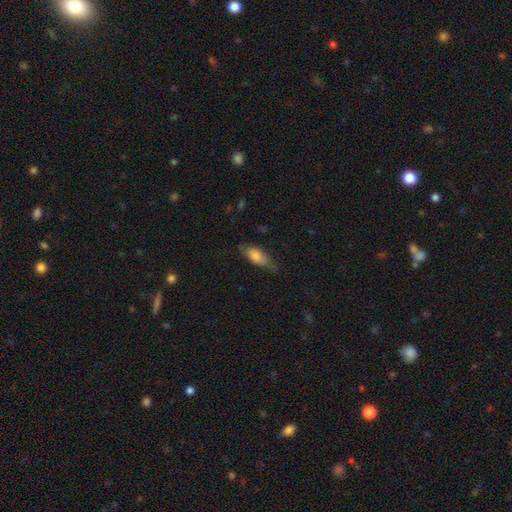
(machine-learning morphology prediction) The model was most divided on "merging": none: 57%, minor disturbance: 32%, major disturbance: 9%, merger: 2%. More confident: smooth or featured — smooth (71%); how rounded — in between (70%).